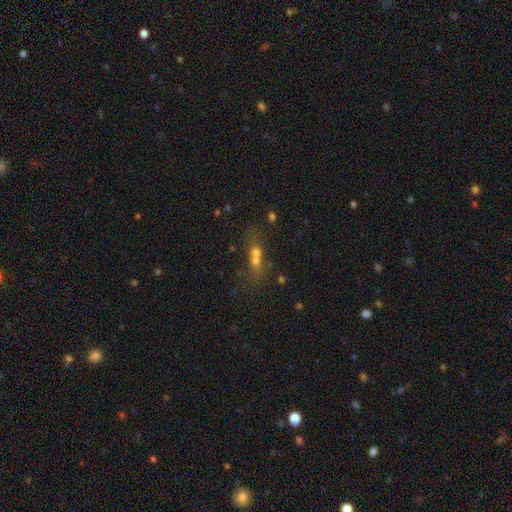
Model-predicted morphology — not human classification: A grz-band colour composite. It shows a smooth galaxy with no disk features (47%). Merging: merger (53%).